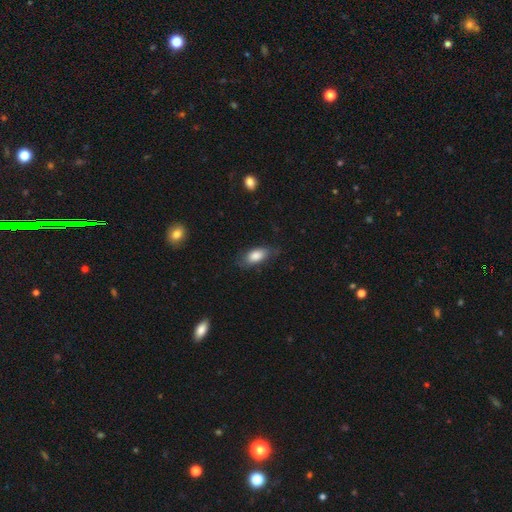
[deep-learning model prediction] smooth_or_featured: smooth (p=0.82) [alt: featured or disk p=0.12]
how_rounded: in between (p=0.87) [alt: cigar-shaped p=0.09]
merging: none (p=0.72) [alt: minor disturbance p=0.21]